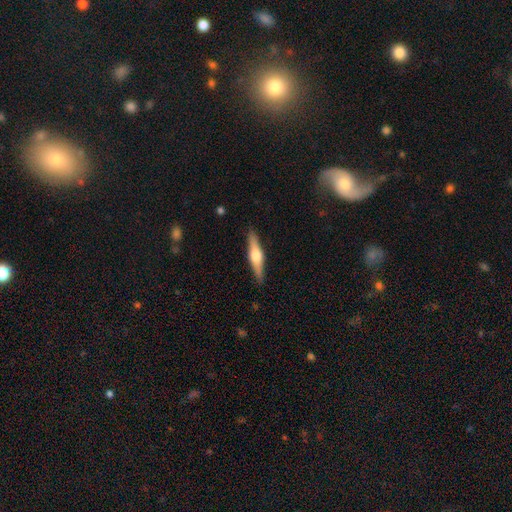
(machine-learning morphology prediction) Smooth or featured? Predicted: featured or disk (p=0.62). Edge-on disk? Predicted: yes (p=0.96). Edge-on bulge? Predicted: rounded (p=0.92). Merging? Predicted: none (p=0.89).